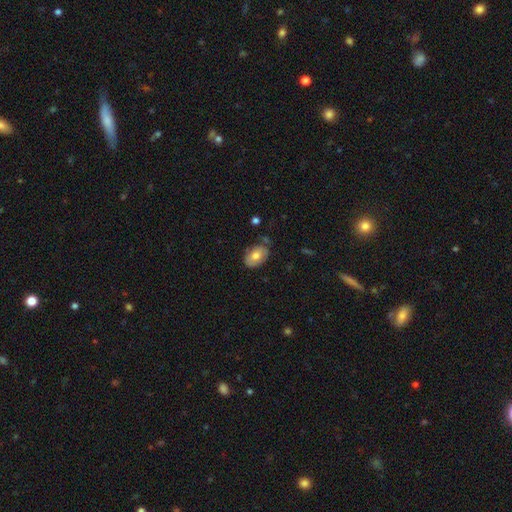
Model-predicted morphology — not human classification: Overall: smooth (70%). How rounded: in between (87%). Merging: none (74%).